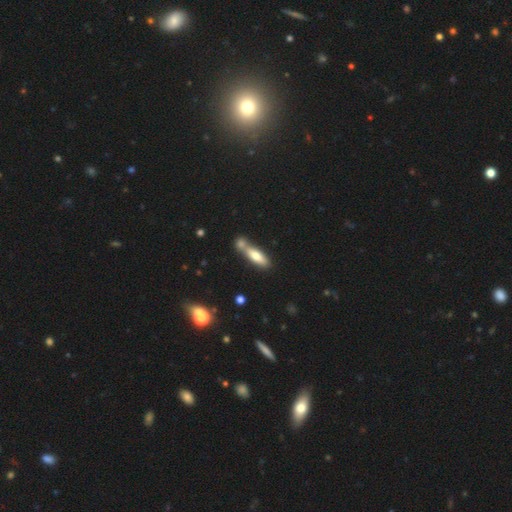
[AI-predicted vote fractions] smooth 70%, featured or disk 23%, star or artifact 7%. Down the decision tree: how rounded — cigar-shaped (54%); merging — merger (44%).